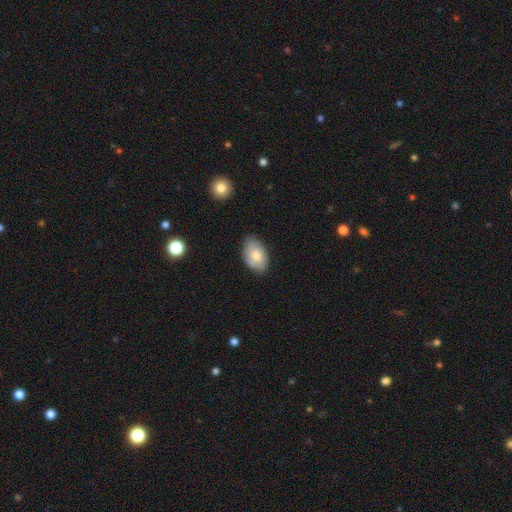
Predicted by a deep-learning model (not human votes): Q: Smooth or featured?
A: smooth (69%); runner-up: featured or disk (24%)
Q: How rounded?
A: in between (89%); runner-up: round (9%)
Q: Merging?
A: none (75%); runner-up: minor disturbance (21%)